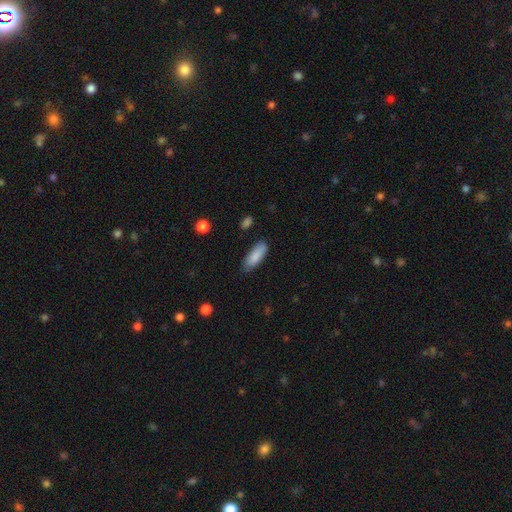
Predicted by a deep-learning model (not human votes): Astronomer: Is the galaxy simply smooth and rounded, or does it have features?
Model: smooth — 87%.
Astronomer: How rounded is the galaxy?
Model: in between — 65%.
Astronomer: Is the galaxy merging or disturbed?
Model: none — 80%.